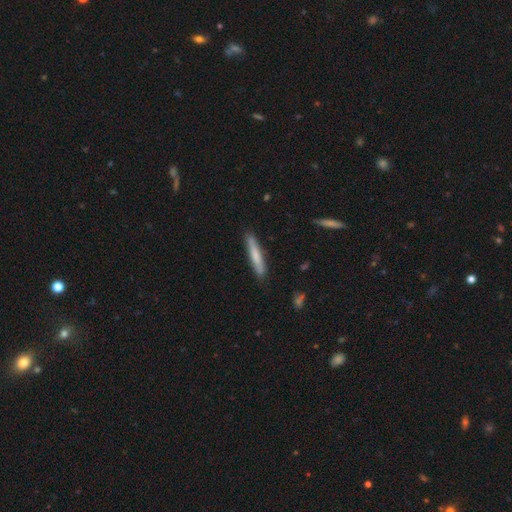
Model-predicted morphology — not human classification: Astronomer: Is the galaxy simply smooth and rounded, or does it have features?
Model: smooth — 67%.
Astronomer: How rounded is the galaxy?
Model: cigar-shaped — 93%.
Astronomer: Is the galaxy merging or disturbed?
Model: none — 86%.